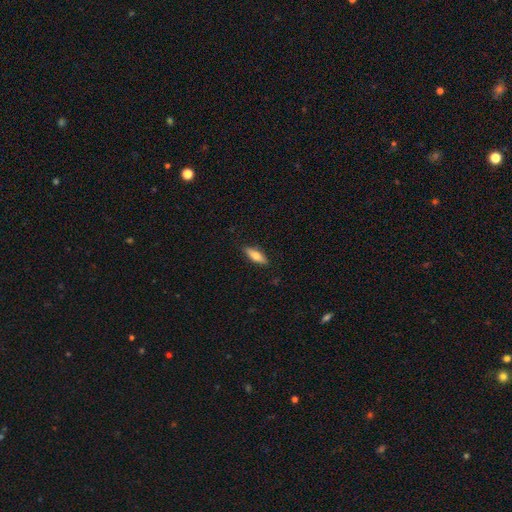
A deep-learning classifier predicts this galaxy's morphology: Smooth or featured: smooth — 66% (featured or disk — 28%)
How rounded: in between — 53% (cigar-shaped — 44%)
Merging: none — 88% (minor disturbance — 9%)